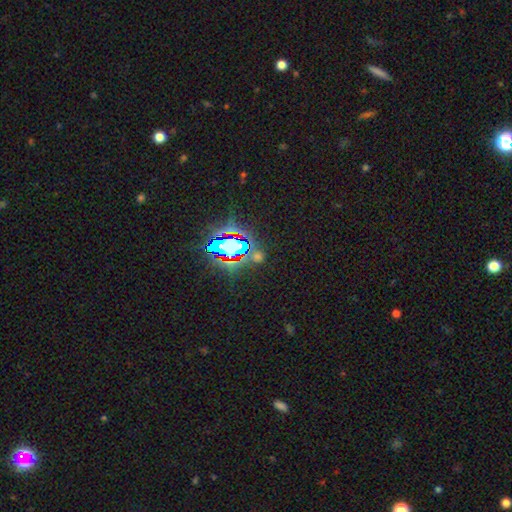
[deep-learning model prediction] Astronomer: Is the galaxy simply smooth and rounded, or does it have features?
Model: star or artifact — 74%.